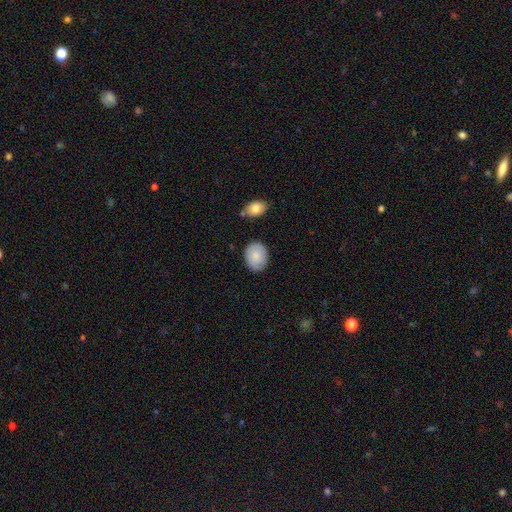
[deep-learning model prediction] Smooth or featured: smooth — 86% (featured or disk — 8%)
How rounded: in between — 61% (round — 38%)
Merging: none — 83% (minor disturbance — 12%)